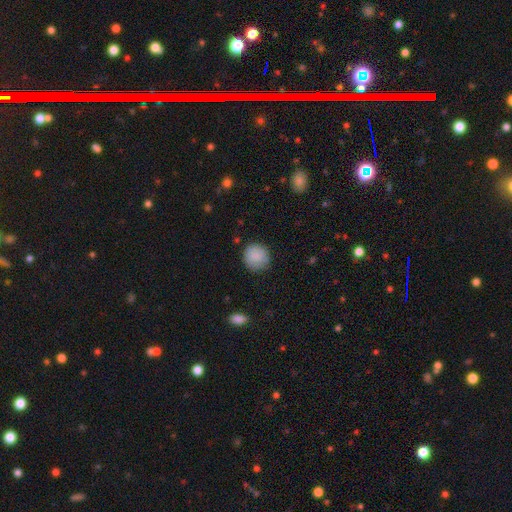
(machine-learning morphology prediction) smooth-or-featured: smooth: 88% | star or artifact: 7% | featured or disk: 5%
  how-rounded: round: 91% | in between: 9% | cigar-shaped: 1%
  merging: none: 81% | minor disturbance: 14% | major disturbance: 3% | merger: 1%